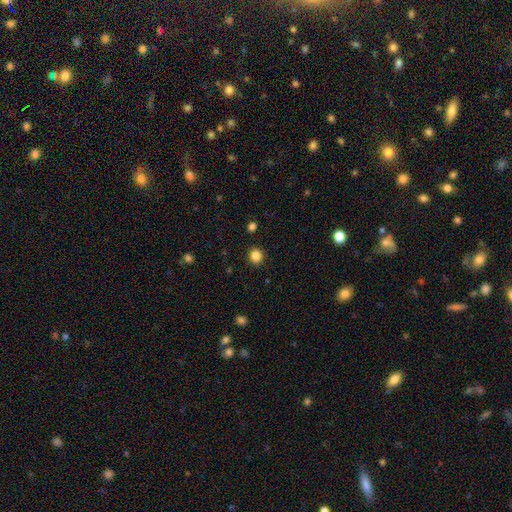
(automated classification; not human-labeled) Q: Smooth or featured?
A: smooth (85%); runner-up: star or artifact (11%)
Q: How rounded?
A: round (88%); runner-up: in between (11%)
Q: Merging?
A: none (92%); runner-up: minor disturbance (5%)